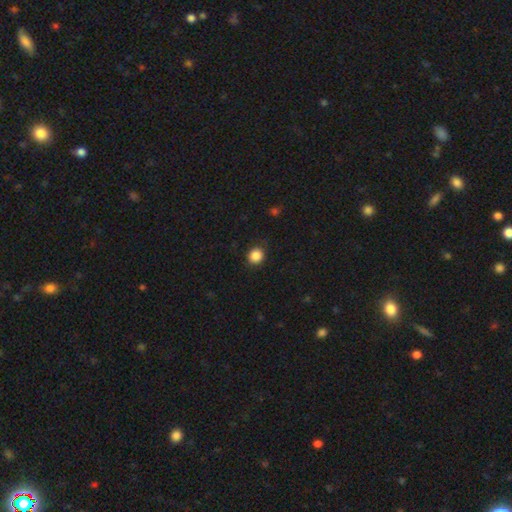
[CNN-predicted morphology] This appears to be a smooth galaxy with no disk features (87%) that is round (84%). Merging: none (86%).